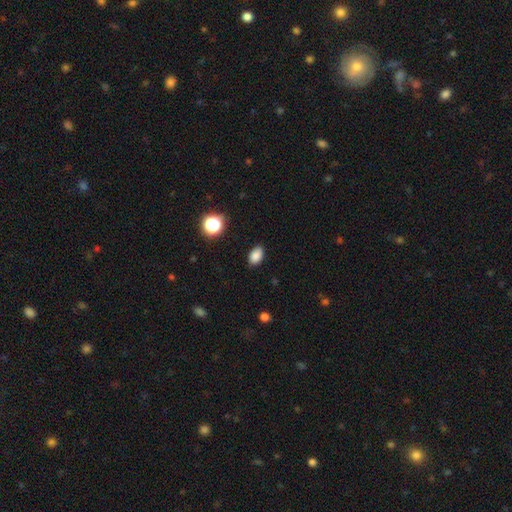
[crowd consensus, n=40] This appears to be a smooth galaxy with no disk features (88%) that is in between round and cigar-shaped (83%). Merging: none (89%).